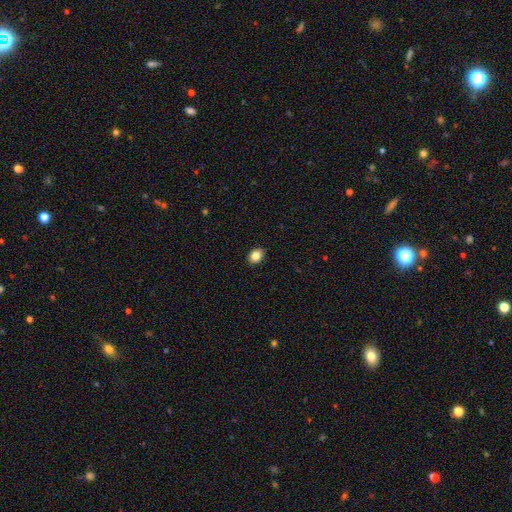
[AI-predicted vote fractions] Morphology: type=smooth (86%); roundness=in between (63%); merging=none (91%).